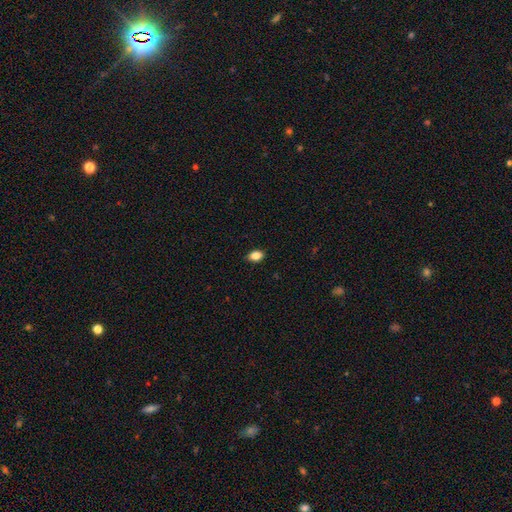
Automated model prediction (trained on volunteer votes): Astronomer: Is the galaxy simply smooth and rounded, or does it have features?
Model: smooth — 86%.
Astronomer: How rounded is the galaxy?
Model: in between — 84%.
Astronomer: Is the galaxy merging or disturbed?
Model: none — 87%.